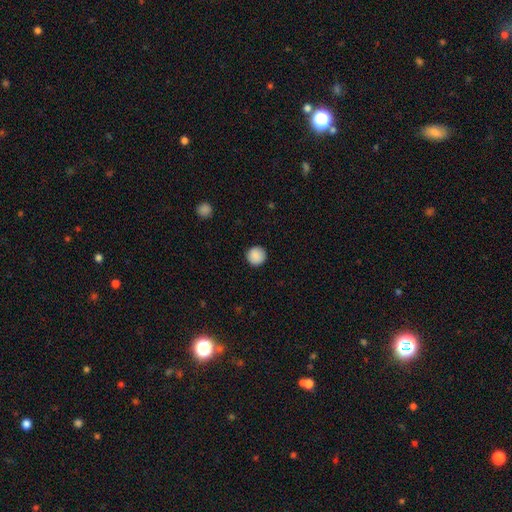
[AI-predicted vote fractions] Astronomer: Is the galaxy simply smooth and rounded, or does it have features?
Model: smooth — 89%.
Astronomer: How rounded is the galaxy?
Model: round — 96%.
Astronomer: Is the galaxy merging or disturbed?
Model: none — 92%.